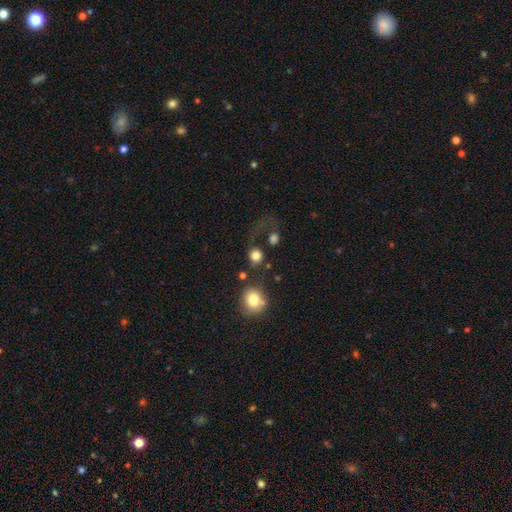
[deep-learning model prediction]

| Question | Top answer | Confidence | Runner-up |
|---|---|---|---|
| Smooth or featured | smooth | 80% | star or artifact (10%) |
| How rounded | round | 84% | in between (15%) |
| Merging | none | 49% | major disturbance (24%) |